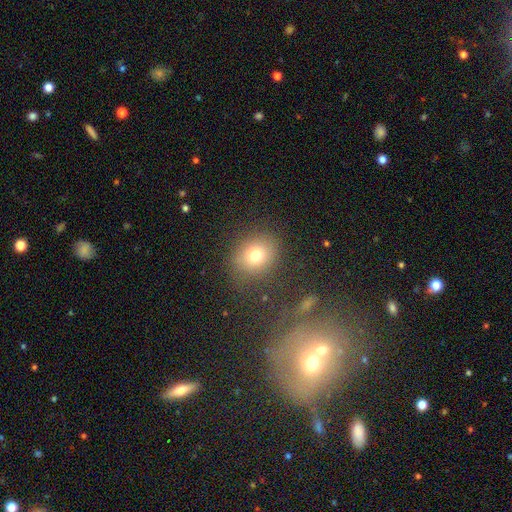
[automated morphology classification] This appears to be a smooth galaxy with no disk features (74%) that is round (68%). Merging: none (79%).